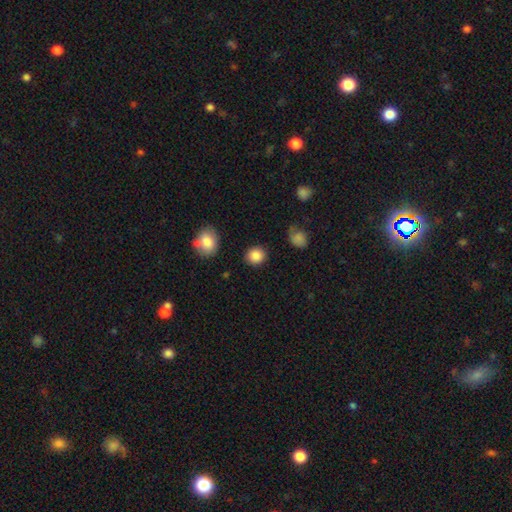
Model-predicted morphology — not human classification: Smooth or featured? Predicted: smooth (p=0.86). How rounded? Predicted: round (p=0.82). Merging? Predicted: none (p=0.87).